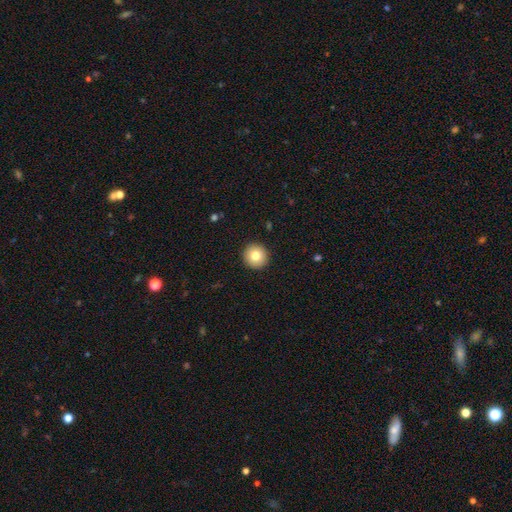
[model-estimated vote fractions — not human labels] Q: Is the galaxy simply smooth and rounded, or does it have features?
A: smooth — 79%.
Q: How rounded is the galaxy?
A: round — 95%.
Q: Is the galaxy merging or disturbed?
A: none — 93%.